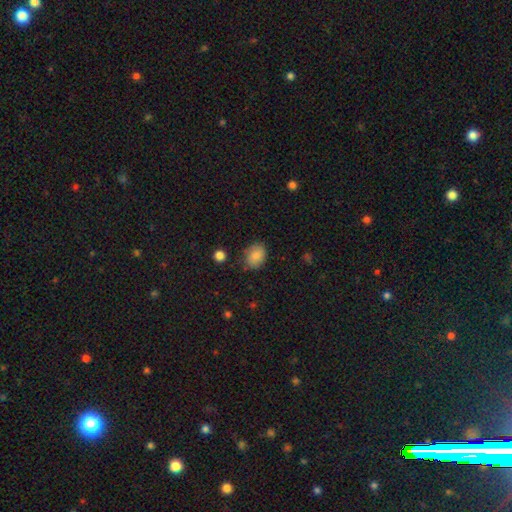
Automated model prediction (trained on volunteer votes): A smooth galaxy with no disk features (83%) that is in between round and cigar-shaped (62%).

Vote fractions:
- Smooth or featured? smooth: 83% / star or artifact: 9% / featured or disk: 8%
- How rounded? in between: 62% / round: 37% / cigar-shaped: 1%
- Merging? none: 74% / minor disturbance: 19% / major disturbance: 4% / merger: 2%